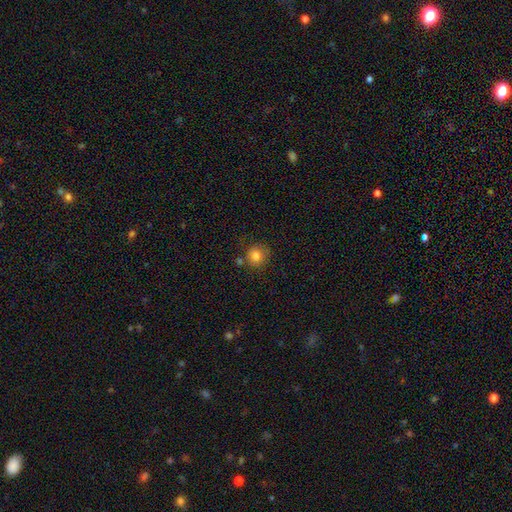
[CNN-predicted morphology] Smooth or featured?
  - smooth: 82% *
  - star or artifact: 11%
  - featured or disk: 7%
How rounded?
  - round: 90% *
  - in between: 9%
  - cigar-shaped: 1%
Merging?
  - none: 73% *
  - minor disturbance: 13%
  - merger: 10%
  - major disturbance: 4%